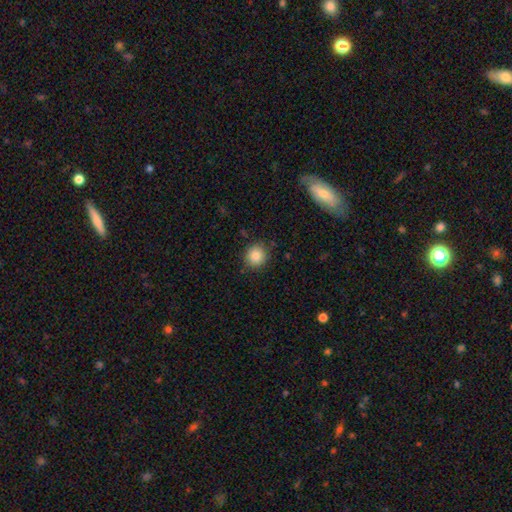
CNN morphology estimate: Smooth or featured? Predicted: smooth (p=0.85). How rounded? Predicted: round (p=0.90). Merging? Predicted: none (p=0.86).